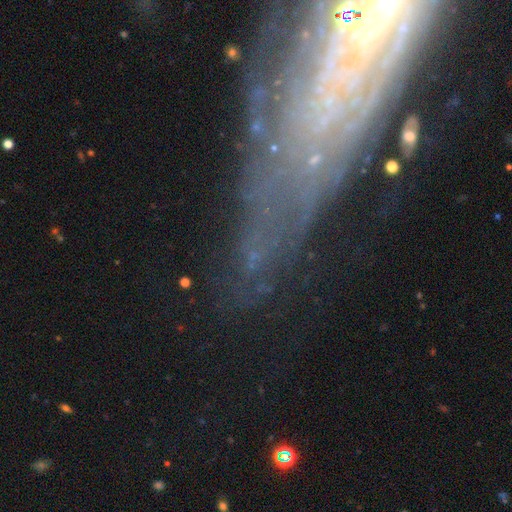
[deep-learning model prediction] featured or disk 54%, star or artifact 27%, smooth 18%. Down the decision tree: edge-on disk — no (75%); merging — none (65%).